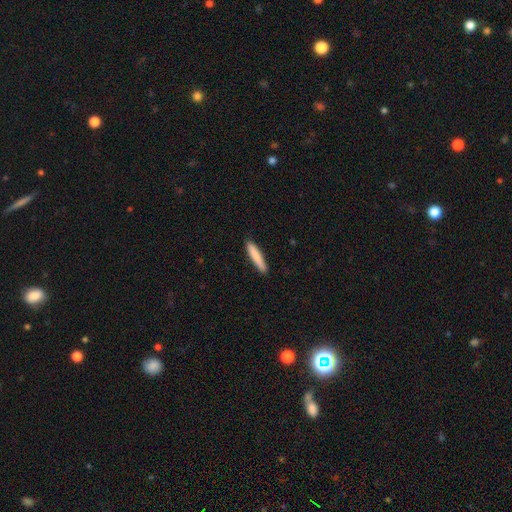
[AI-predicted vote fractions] Smooth or featured?
  - smooth: 84% *
  - featured or disk: 11%
  - star or artifact: 6%
How rounded?
  - cigar-shaped: 91% *
  - in between: 8%
  - round: 1%
Merging?
  - none: 90% *
  - minor disturbance: 8%
  - major disturbance: 1%
  - merger: 1%